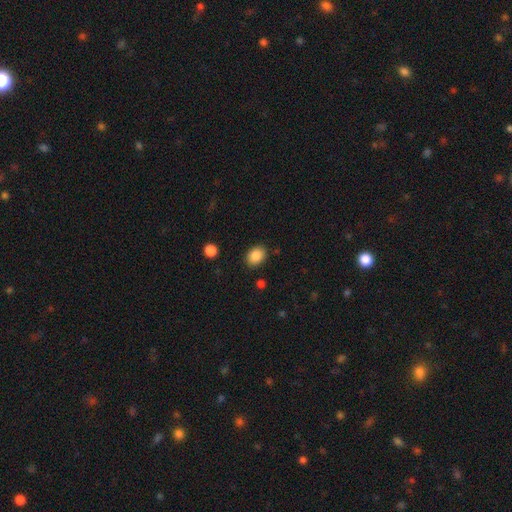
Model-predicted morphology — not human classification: Q: Smooth or featured?
A: smooth (88%); runner-up: star or artifact (9%)
Q: How rounded?
A: in between (63%); runner-up: round (36%)
Q: Merging?
A: none (86%); runner-up: minor disturbance (9%)